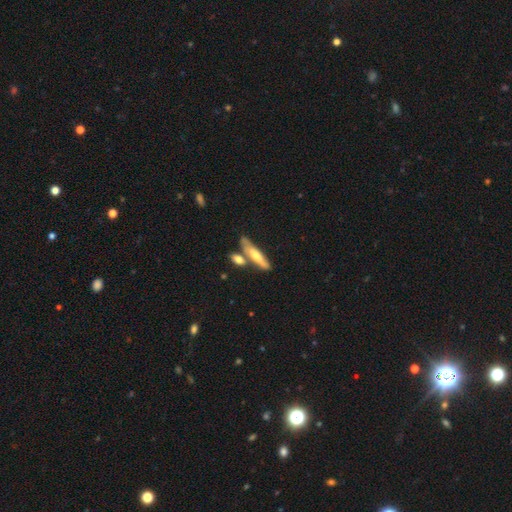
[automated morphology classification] Smooth or featured? Predicted: smooth (p=0.50). How rounded? Predicted: cigar-shaped (p=0.79). Merging? Predicted: none (p=0.57).